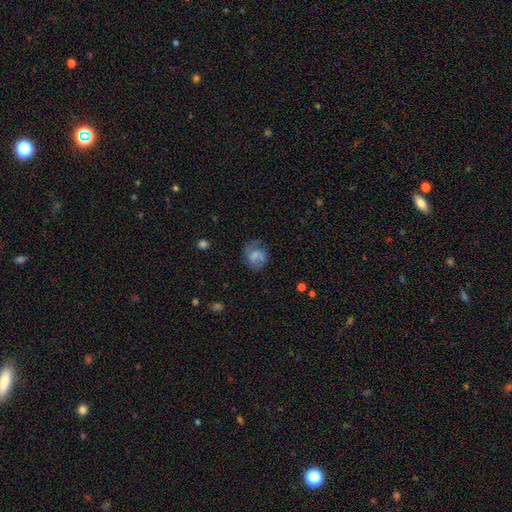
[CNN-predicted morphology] smooth-or-featured: smooth: 51% | featured or disk: 39% | star or artifact: 10%
  how-rounded: round: 59% | in between: 40% | cigar-shaped: 1%
  merging: none: 54% | minor disturbance: 25% | major disturbance: 19% | merger: 3%